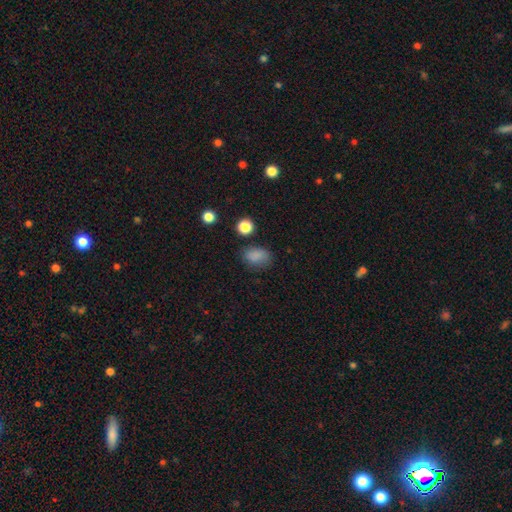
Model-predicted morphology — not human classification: A smooth galaxy with no disk features (82%) that is in between round and cigar-shaped (77%).

Vote fractions:
- Smooth or featured? smooth: 82% / star or artifact: 12% / featured or disk: 5%
- How rounded? in between: 77% / round: 22% / cigar-shaped: 1%
- Merging? none: 71% / minor disturbance: 21% / major disturbance: 6% / merger: 3%